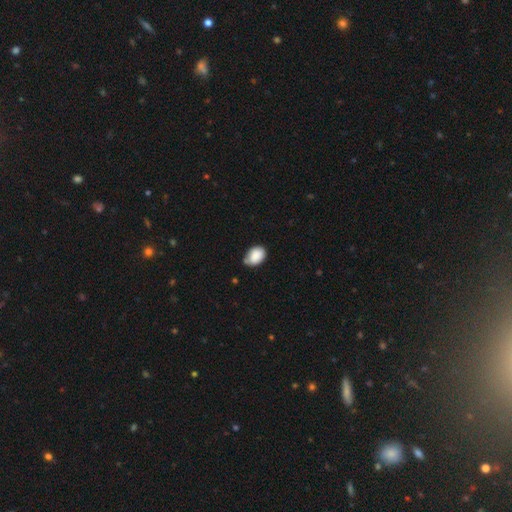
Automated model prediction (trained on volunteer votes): smooth_or_featured: smooth (p=0.87) [alt: star or artifact p=0.07]
how_rounded: in between (p=0.79) [alt: round p=0.20]
merging: none (p=0.60) [alt: minor disturbance p=0.31]